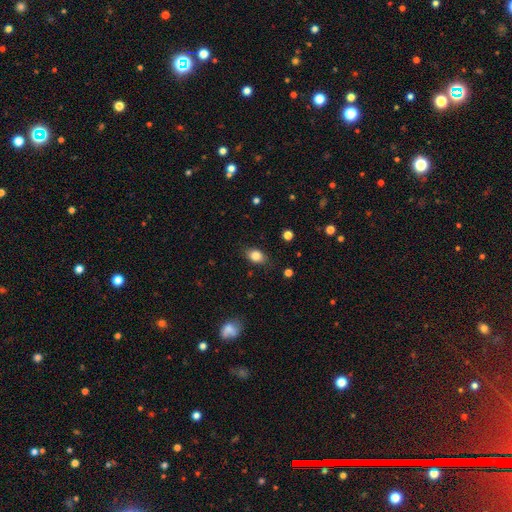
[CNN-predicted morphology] This appears to be a smooth galaxy with no disk features (83%) that is in between round and cigar-shaped (75%). Merging: none (80%).